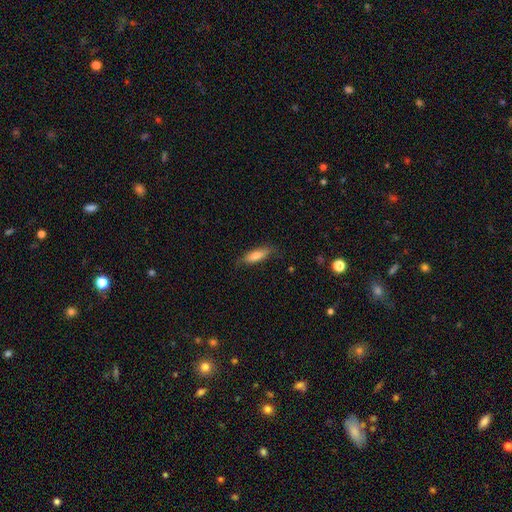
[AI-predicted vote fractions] This appears to be a smooth galaxy with no disk features (78%) that is in between round and cigar-shaped (52%). Merging: none (74%).